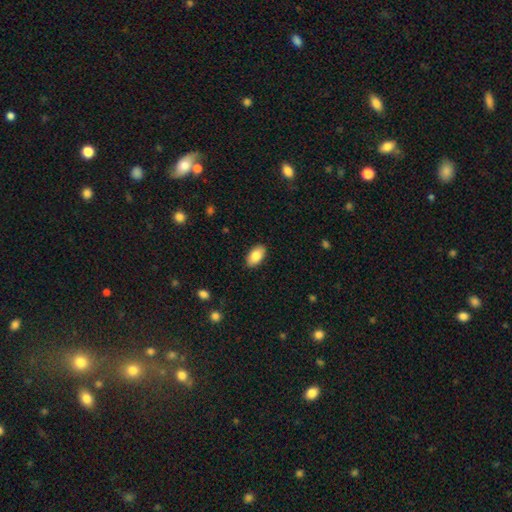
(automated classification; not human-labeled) Smooth or featured?
  - smooth: 86% *
  - featured or disk: 8%
  - star or artifact: 7%
How rounded?
  - in between: 94% *
  - round: 4%
  - cigar-shaped: 2%
Merging?
  - none: 89% *
  - minor disturbance: 8%
  - major disturbance: 2%
  - merger: 1%